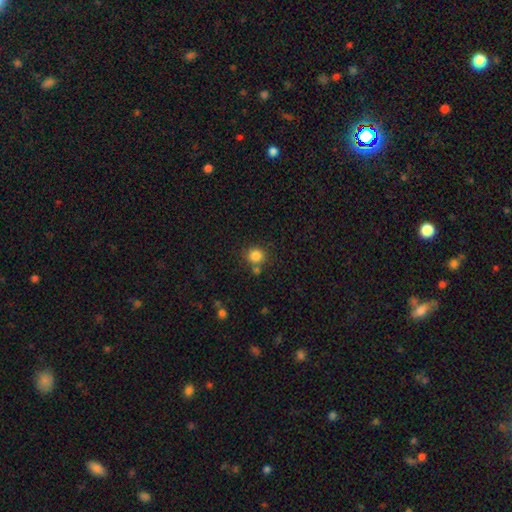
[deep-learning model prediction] A smooth galaxy with no disk features (84%) that is round (90%). Merging: none (75%).